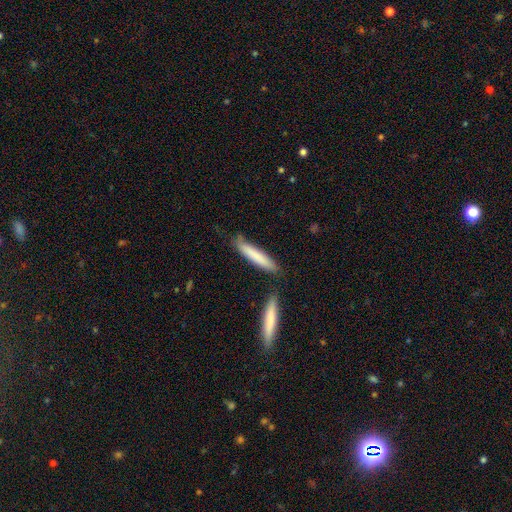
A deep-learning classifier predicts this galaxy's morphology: A smooth galaxy with no disk features (78%) that is cigar-shaped (91%).

Vote fractions:
- Smooth or featured? smooth: 78% / featured or disk: 16% / star or artifact: 5%
- How rounded? cigar-shaped: 91% / in between: 8% / round: 1%
- Merging? none: 77% / minor disturbance: 14% / merger: 7% / major disturbance: 3%